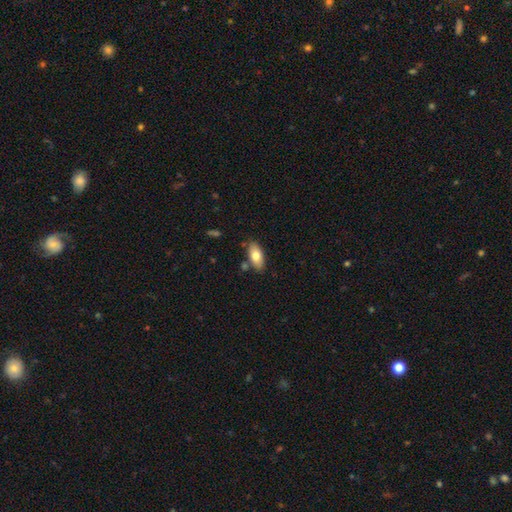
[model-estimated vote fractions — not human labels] A smooth galaxy with no disk features (76%) that is in between round and cigar-shaped (89%).

Vote fractions:
- Smooth or featured? smooth: 76% / featured or disk: 18% / star or artifact: 6%
- How rounded? in between: 89% / cigar-shaped: 8% / round: 3%
- Merging? none: 80% / minor disturbance: 13% / merger: 5% / major disturbance: 2%